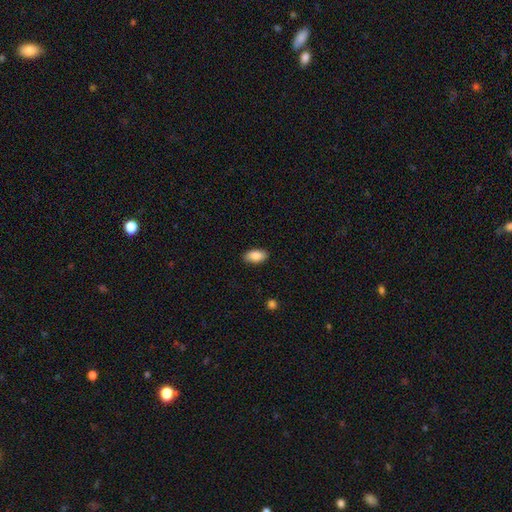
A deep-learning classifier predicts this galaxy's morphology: smooth_or_featured: smooth (p=0.88) [alt: star or artifact p=0.07]
how_rounded: in between (p=0.93) [alt: round p=0.04]
merging: none (p=0.88) [alt: minor disturbance p=0.09]